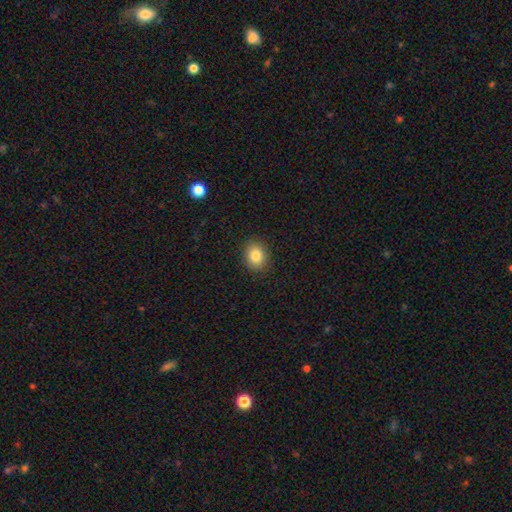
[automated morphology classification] Q: Smooth or featured?
A: smooth (84%); runner-up: star or artifact (9%)
Q: How rounded?
A: in between (54%); runner-up: round (45%)
Q: Merging?
A: none (89%); runner-up: minor disturbance (8%)